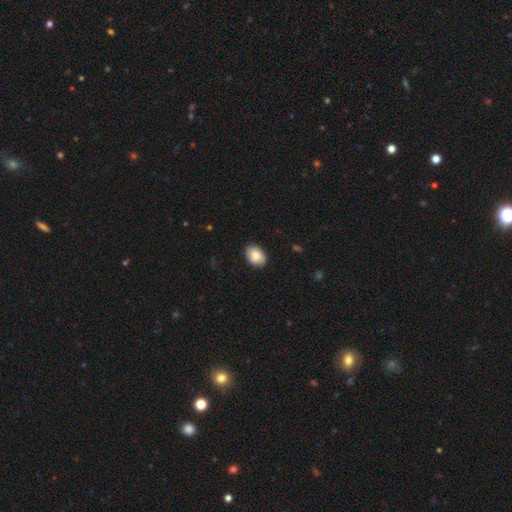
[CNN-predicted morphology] A smooth galaxy with no disk features (85%) that is in between round and cigar-shaped (83%). Merging: none (86%).